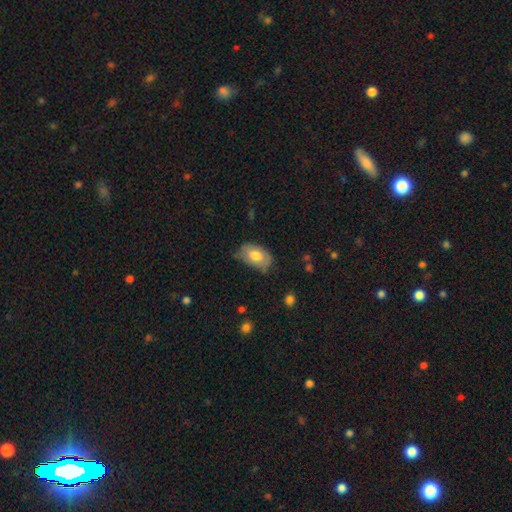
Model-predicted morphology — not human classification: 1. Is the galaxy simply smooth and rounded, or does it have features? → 72% smooth, 22% featured or disk, 6% star or artifact.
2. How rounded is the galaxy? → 91% in between, 7% round, 1% cigar-shaped.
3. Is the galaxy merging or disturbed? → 60% none, 31% minor disturbance, 7% major disturbance, 2% merger.